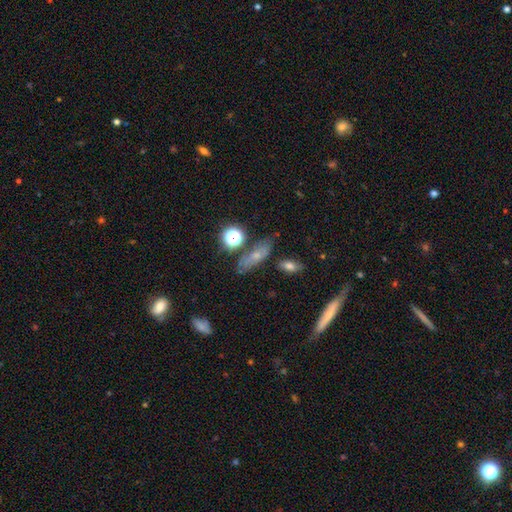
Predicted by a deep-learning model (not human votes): smooth_or_featured: smooth (p=0.47) [alt: featured or disk p=0.30]
merging: none (p=0.70) [alt: minor disturbance p=0.16]